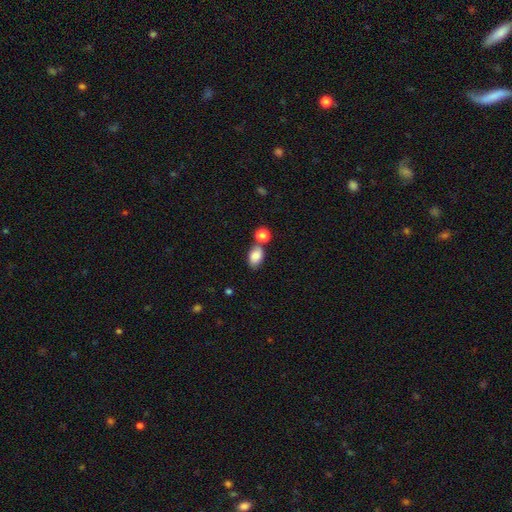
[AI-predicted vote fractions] Smooth or featured?
  - smooth: 85% *
  - star or artifact: 8%
  - featured or disk: 7%
How rounded?
  - in between: 87% *
  - round: 11%
  - cigar-shaped: 2%
Merging?
  - none: 56% *
  - merger: 24%
  - minor disturbance: 15%
  - major disturbance: 5%